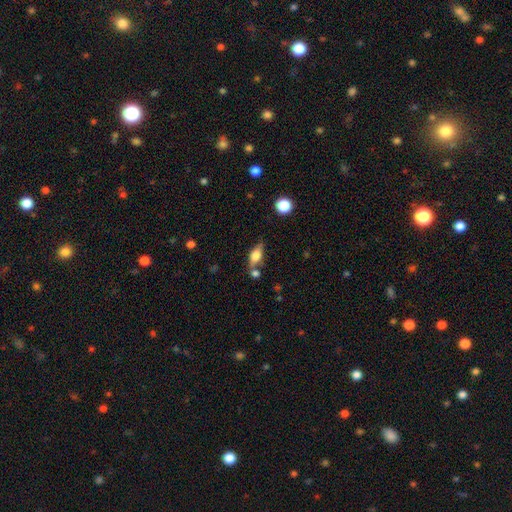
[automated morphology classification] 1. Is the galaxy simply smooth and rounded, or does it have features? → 62% smooth, 29% featured or disk, 9% star or artifact.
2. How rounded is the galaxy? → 77% in between, 15% cigar-shaped, 8% round.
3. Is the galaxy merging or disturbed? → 60% none, 18% minor disturbance, 16% merger, 6% major disturbance.